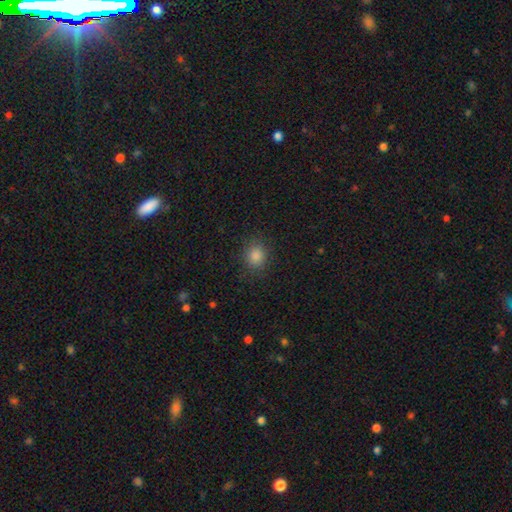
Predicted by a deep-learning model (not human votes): A smooth galaxy with no disk features (83%) that is round (73%). Merging: none (88%).